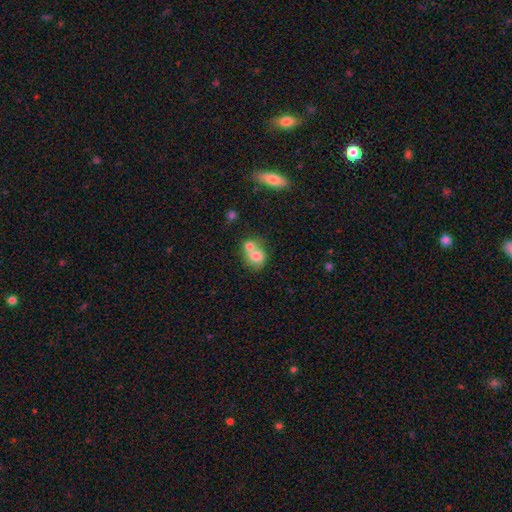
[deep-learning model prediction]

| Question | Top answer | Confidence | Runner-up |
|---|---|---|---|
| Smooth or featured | smooth | 73% | featured or disk (18%) |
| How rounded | round | 66% | in between (33%) |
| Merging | merger | 63% | none (27%) |